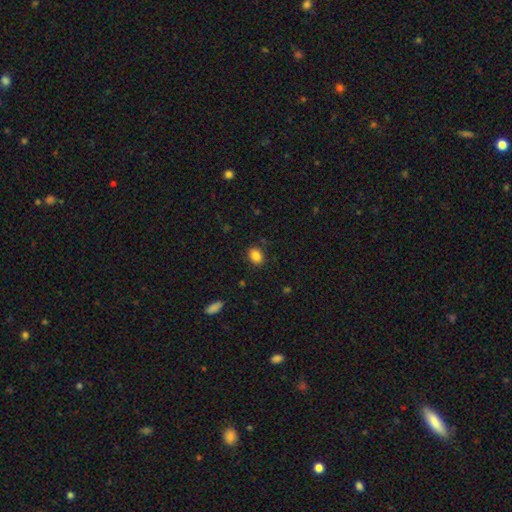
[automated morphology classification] The model was most divided on "how rounded": in between: 63%, round: 36%, cigar-shaped: 1%. More confident: smooth or featured — smooth (86%); merging — none (85%).